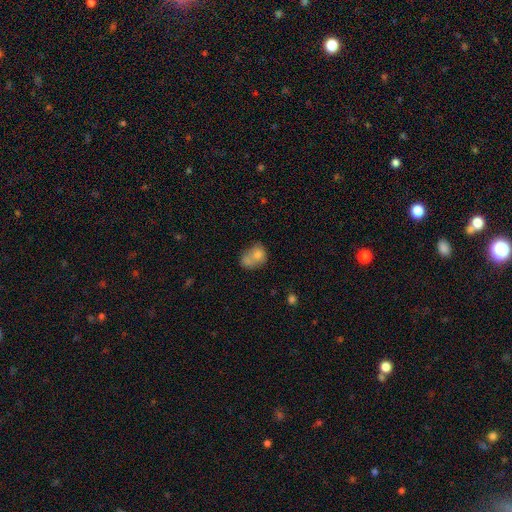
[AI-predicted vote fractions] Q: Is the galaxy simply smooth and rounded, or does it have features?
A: smooth — 73%.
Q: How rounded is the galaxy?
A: in between — 51%.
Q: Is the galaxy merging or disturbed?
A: merger — 59%.